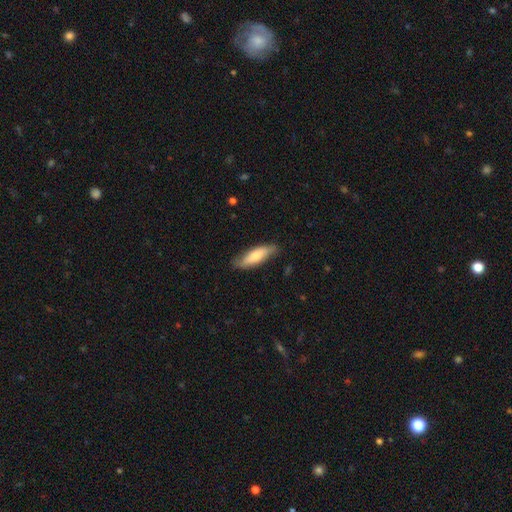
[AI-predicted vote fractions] The model was most divided on "how rounded": cigar-shaped: 51%, in between: 47%, round: 2%. More confident: merging — none (76%); smooth or featured — smooth (69%).